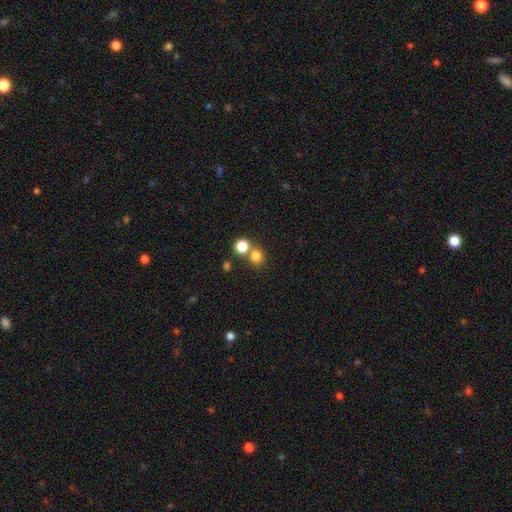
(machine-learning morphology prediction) smooth_or_featured: smooth (p=0.79) [alt: star or artifact p=0.14]
how_rounded: round (p=0.83) [alt: in between p=0.16]
merging: none (p=0.59) [alt: merger p=0.31]